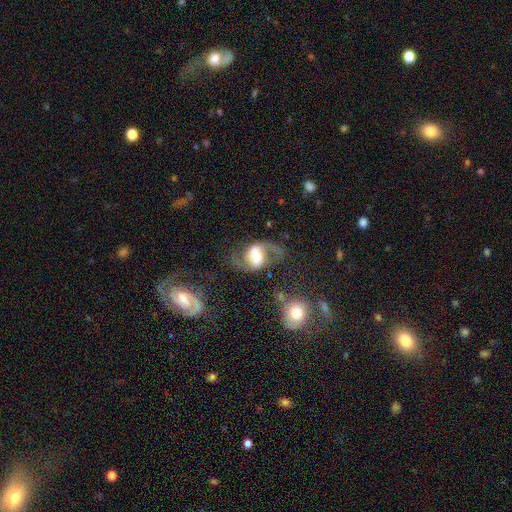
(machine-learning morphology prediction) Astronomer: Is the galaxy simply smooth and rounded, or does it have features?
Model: featured or disk — 79%.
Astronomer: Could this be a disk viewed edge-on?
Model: no — 97%.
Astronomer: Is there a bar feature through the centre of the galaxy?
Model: weak — 43% (runner-up: strong, 40%).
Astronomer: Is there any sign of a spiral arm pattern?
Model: yes — 92%.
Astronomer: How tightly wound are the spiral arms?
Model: loose — 47% (runner-up: medium, 44%).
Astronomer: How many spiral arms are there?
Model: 2 — 92%.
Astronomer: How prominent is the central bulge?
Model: moderate — 42% (runner-up: large, 34%).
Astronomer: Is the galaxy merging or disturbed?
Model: none — 63%.